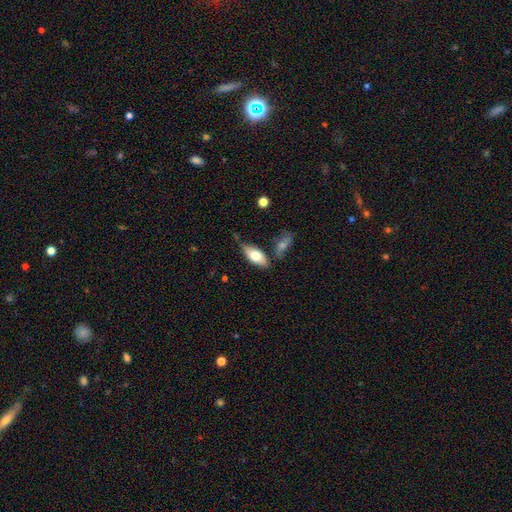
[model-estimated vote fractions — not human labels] Smooth or featured?
  - smooth: 68% *
  - featured or disk: 26%
  - star or artifact: 6%
How rounded?
  - in between: 84% *
  - cigar-shaped: 13%
  - round: 3%
Merging?
  - none: 64% *
  - minor disturbance: 21%
  - merger: 10%
  - major disturbance: 5%